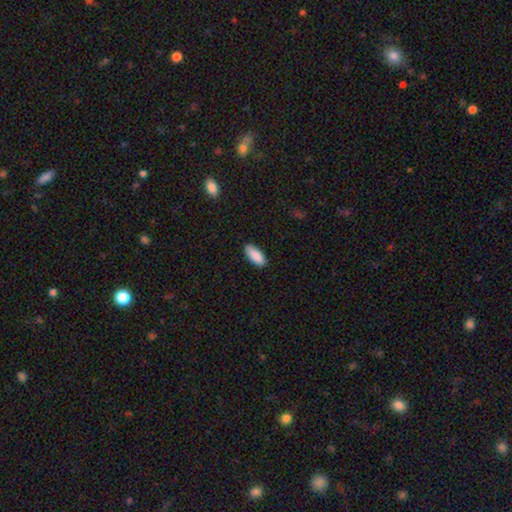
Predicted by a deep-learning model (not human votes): smooth_or_featured: smooth (p=0.90) [alt: star or artifact p=0.06]
how_rounded: in between (p=0.86) [alt: cigar-shaped p=0.13]
merging: none (p=0.86) [alt: minor disturbance p=0.11]